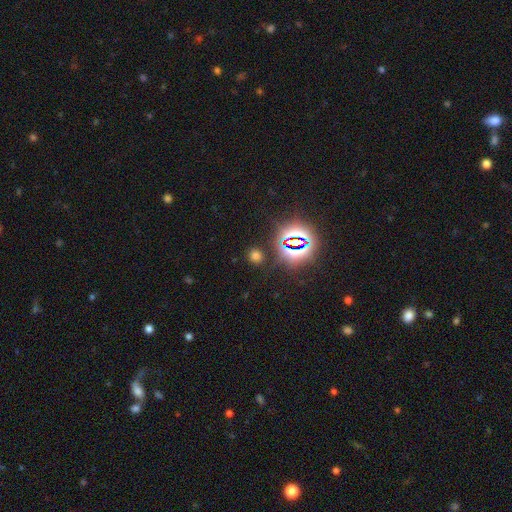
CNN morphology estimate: Overall: smooth (58%; star or artifact 36%). How rounded: round (80%). Merging: none (85%).